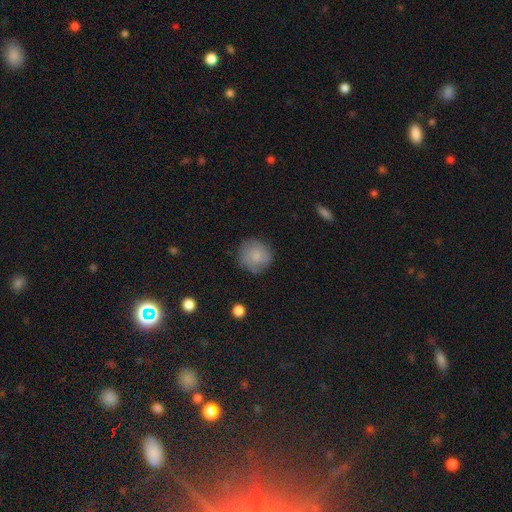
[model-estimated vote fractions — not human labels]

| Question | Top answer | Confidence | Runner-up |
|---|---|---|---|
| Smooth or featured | smooth | 77% | featured or disk (16%) |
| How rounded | round | 91% | in between (8%) |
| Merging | none | 76% | minor disturbance (17%) |